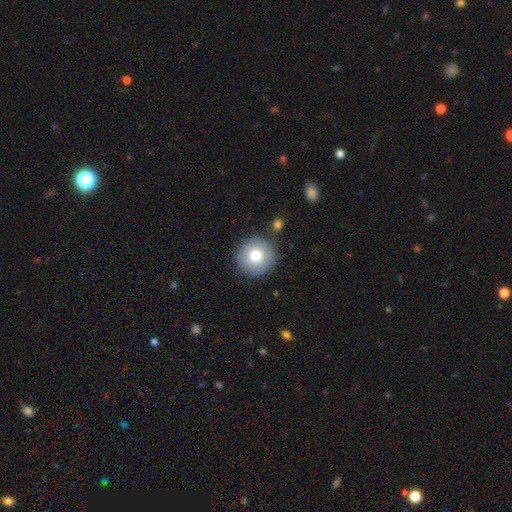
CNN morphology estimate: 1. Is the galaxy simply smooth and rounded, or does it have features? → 72% smooth, 19% featured or disk, 9% star or artifact.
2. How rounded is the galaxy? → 96% round, 3% in between, 1% cigar-shaped.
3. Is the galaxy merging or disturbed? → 87% none, 8% minor disturbance, 3% major disturbance, 2% merger.